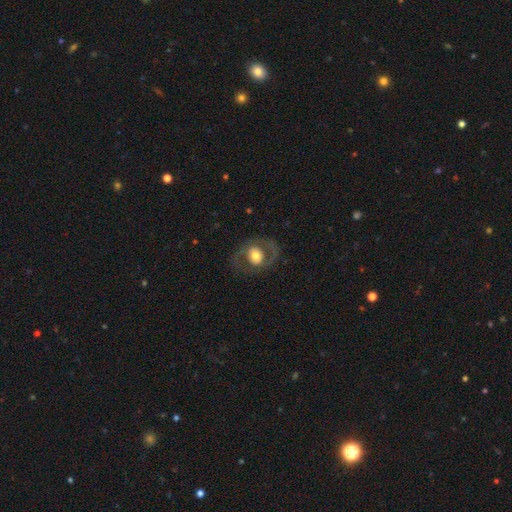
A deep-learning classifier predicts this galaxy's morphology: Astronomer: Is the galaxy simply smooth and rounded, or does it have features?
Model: featured or disk — 56% (runner-up: smooth, 37%).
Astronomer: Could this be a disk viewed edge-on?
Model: no — 95%.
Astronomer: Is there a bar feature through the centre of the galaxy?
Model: no — 70%.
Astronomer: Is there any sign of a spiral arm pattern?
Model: no — 56% (runner-up: yes, 44%).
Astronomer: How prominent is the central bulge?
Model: moderate — 52% (runner-up: large, 33%).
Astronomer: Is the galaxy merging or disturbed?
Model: none — 74%.